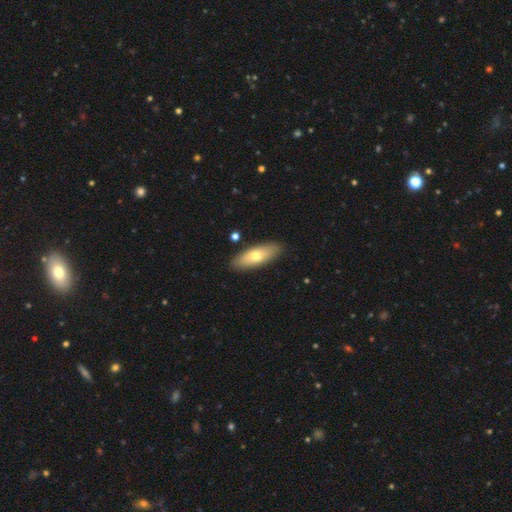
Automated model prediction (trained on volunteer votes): Smooth or featured? smooth (64%)
How rounded? in between (67%)
Merging? none (87%)